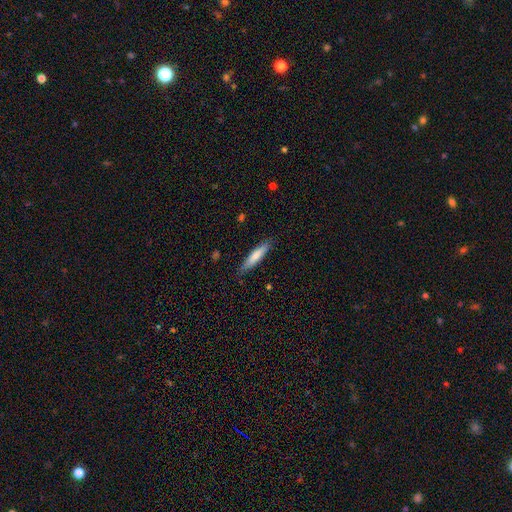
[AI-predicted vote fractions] A smooth galaxy with no disk features (77%) that is cigar-shaped (84%). Merging: none (85%).